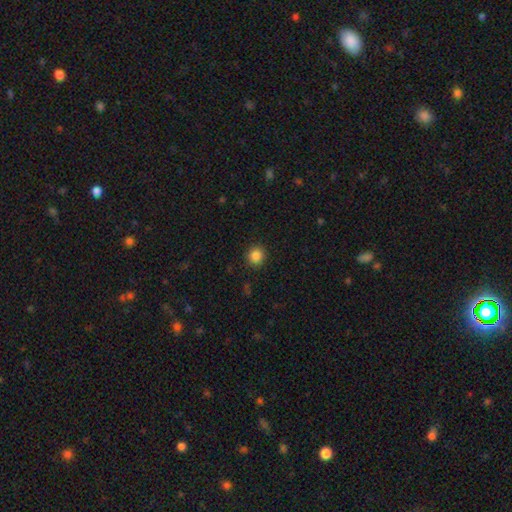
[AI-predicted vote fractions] Smooth or featured? Predicted: smooth (p=0.86). How rounded? Predicted: round (p=0.89). Merging? Predicted: none (p=0.91).